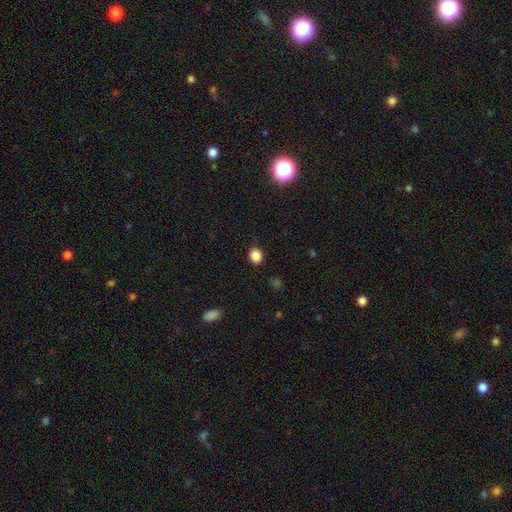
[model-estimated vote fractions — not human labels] Morphology: type=smooth (86%); roundness=in between (50%); merging=none (84%).